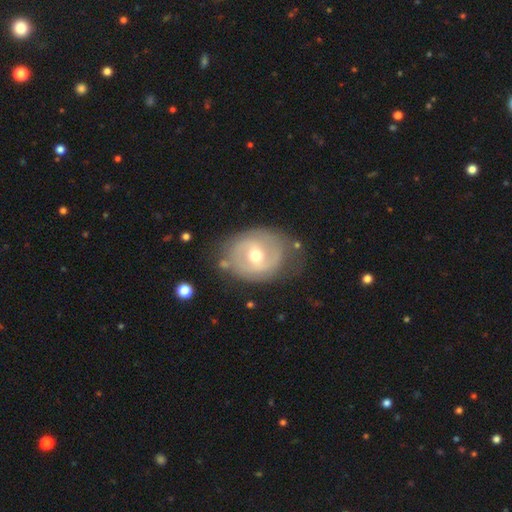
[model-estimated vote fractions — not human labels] A featured or disk galaxy (67%) with a weak bar (49%), spiral arms (65%) and a moderate central bulge (71%).

Vote fractions:
- Smooth or featured? featured or disk: 67% / smooth: 27% / star or artifact: 6%
- Edge-on disk? no: 96% / yes: 4%
- Bar? weak: 49% / no: 33% / strong: 18%
- Spiral arms? yes: 65% / no: 35%
- Bulge size? moderate: 71% / small: 22% / large: 5% / none: 1% / dominant: 1%
- Merging? none: 69% / minor disturbance: 19% / major disturbance: 8% / merger: 3%